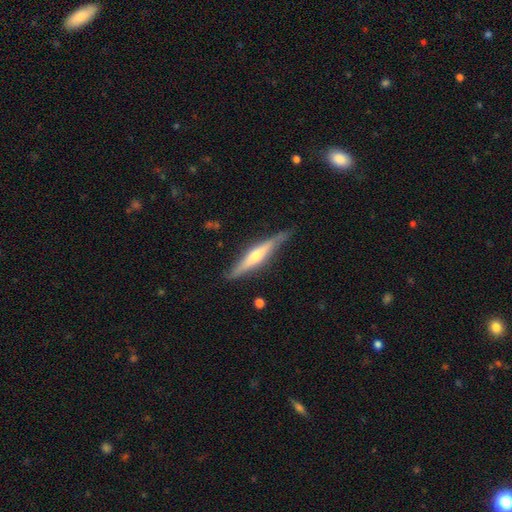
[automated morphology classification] smooth-or-featured: featured or disk: 67% | smooth: 28% | star or artifact: 5%
  disk-edge-on: yes: 95% | no: 5%
    edge-on-bulge: rounded: 80% | none: 11% | boxy: 9%
  merging: none: 80% | minor disturbance: 16% | major disturbance: 3% | merger: 2%